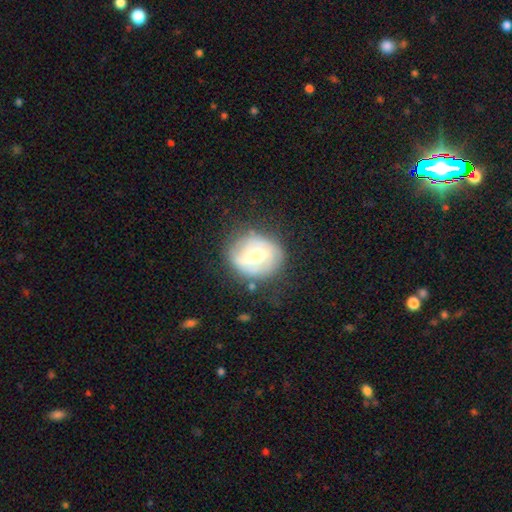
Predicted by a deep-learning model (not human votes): Smooth or featured: featured or disk — 68% (smooth — 26%)
Edge-on disk: no — 97% (yes — 3%)
Bar: weak — 48% (strong — 29%)
Spiral arms: yes — 78% (no — 22%)
Spiral winding: tight — 49% (medium — 36%)
Spiral arm count: 2 — 56% (can't tell — 25%)
Bulge size: moderate — 61% (large — 20%)
Merging: none — 70% (minor disturbance — 19%)